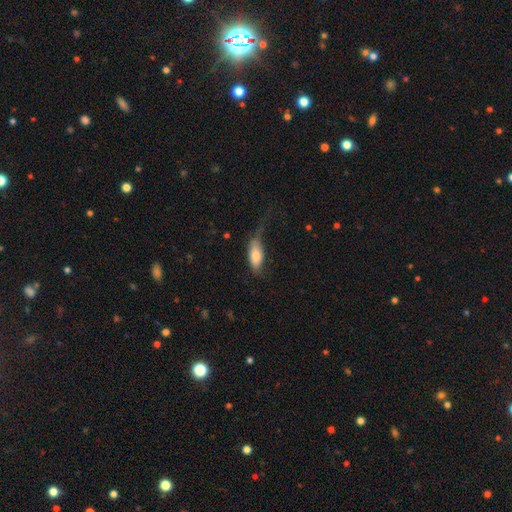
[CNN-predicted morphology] A smooth galaxy with no disk features (75%) that is in between round and cigar-shaped (85%).

Vote fractions:
- Smooth or featured? smooth: 75% / featured or disk: 19% / star or artifact: 6%
- How rounded? in between: 85% / cigar-shaped: 12% / round: 3%
- Merging? none: 36% / minor disturbance: 33% / major disturbance: 28% / merger: 3%